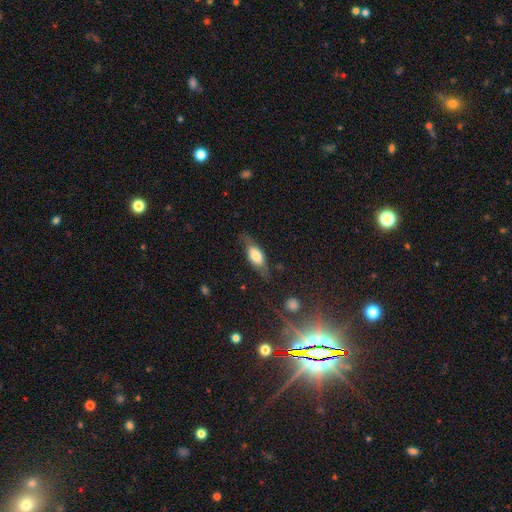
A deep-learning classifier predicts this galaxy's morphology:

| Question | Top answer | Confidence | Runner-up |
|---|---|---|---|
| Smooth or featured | smooth | 61% | featured or disk (31%) |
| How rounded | in between | 73% | cigar-shaped (23%) |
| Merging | none | 69% | minor disturbance (21%) |